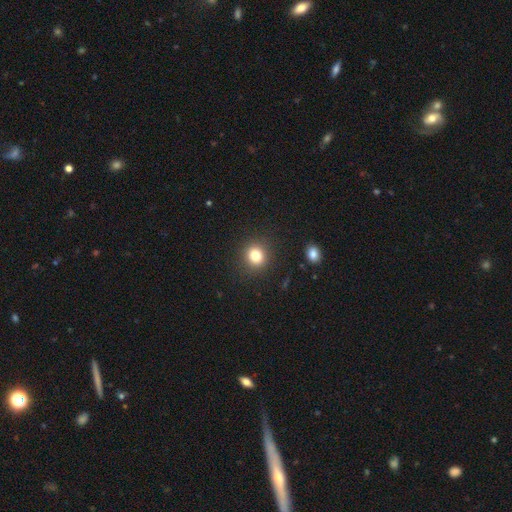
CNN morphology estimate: type=smooth (80%); roundness=round (86%); merging=none (90%).